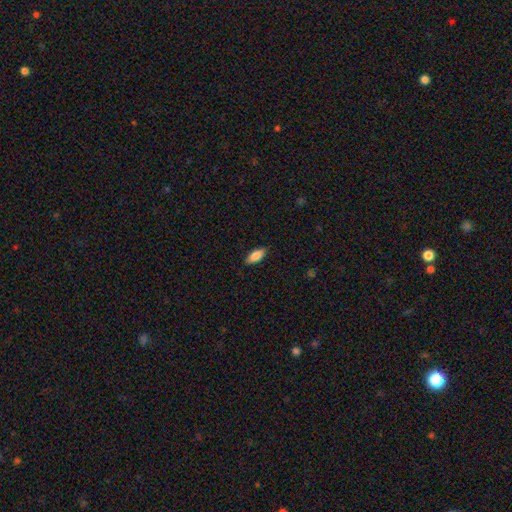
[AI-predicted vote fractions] Q: Smooth or featured?
A: smooth (83%); runner-up: featured or disk (11%)
Q: How rounded?
A: in between (81%); runner-up: cigar-shaped (17%)
Q: Merging?
A: none (88%); runner-up: minor disturbance (10%)